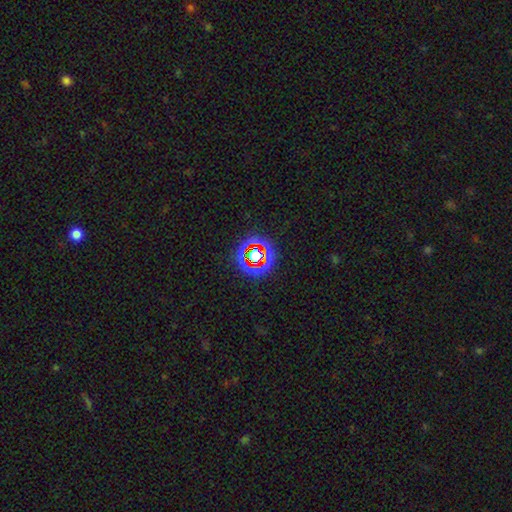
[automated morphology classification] A star or artifact, not a galaxy (68%).

Vote fractions:
- Smooth or featured? star or artifact: 68% / smooth: 20% / featured or disk: 12%